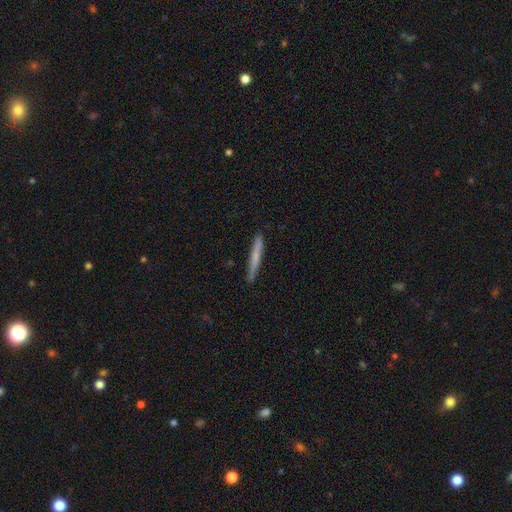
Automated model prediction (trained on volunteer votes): This is likely a smooth galaxy (61%). How rounded: clearly cigar-shaped (96%). Merging: clearly none (87%).